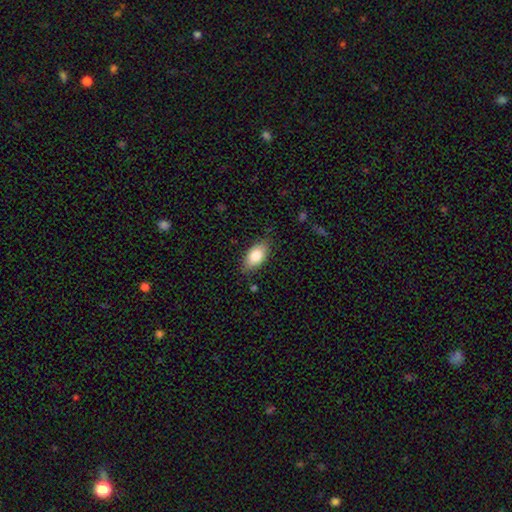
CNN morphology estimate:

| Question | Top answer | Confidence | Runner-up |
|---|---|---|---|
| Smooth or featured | smooth | 83% | featured or disk (10%) |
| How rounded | in between | 92% | cigar-shaped (5%) |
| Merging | none | 81% | minor disturbance (15%) |